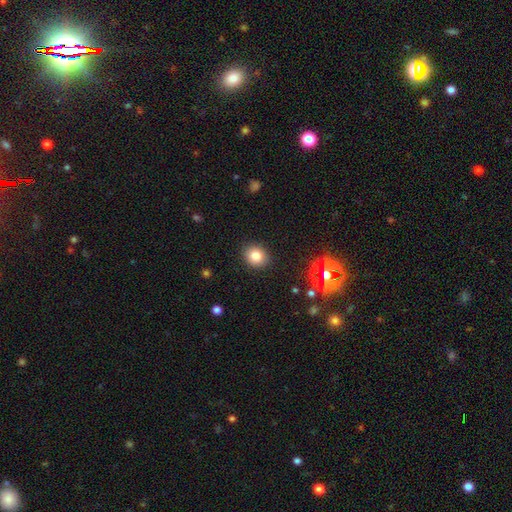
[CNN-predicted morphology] Q: Smooth or featured?
A: smooth (80%); runner-up: star or artifact (13%)
Q: How rounded?
A: round (75%); runner-up: in between (25%)
Q: Merging?
A: none (90%); runner-up: minor disturbance (7%)